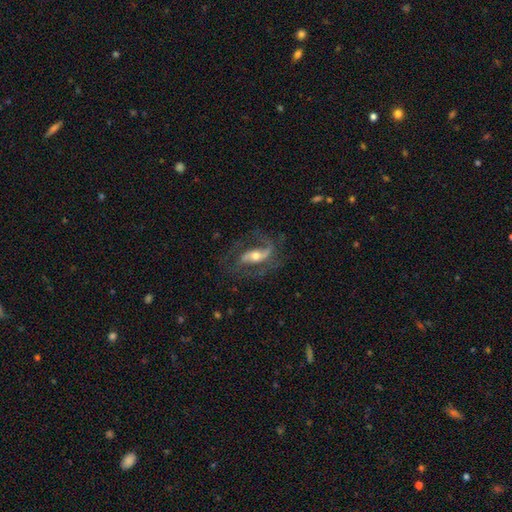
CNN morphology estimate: This appears to be a featured or disk galaxy (82%) with a strong bar (39%), 2 (72%) medium (48%) spiral arms (92%) and a moderate central bulge (63%). Merging: none (61%).